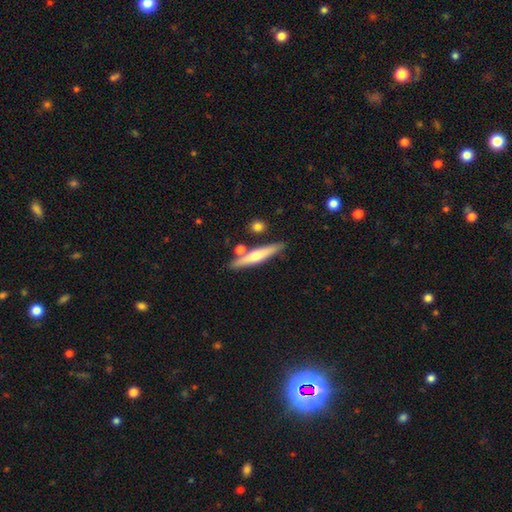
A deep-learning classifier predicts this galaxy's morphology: Overall: smooth (48%; featured or disk 46%). Merging: none (79%).